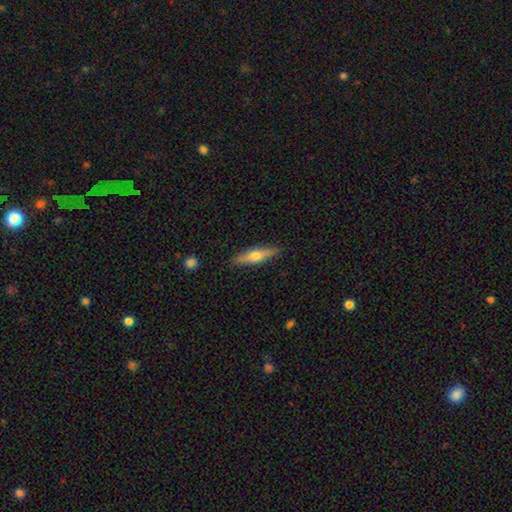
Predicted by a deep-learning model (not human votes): Morphology: type=featured or disk (50%); edge-on=yes (93%); merging=none (89%).